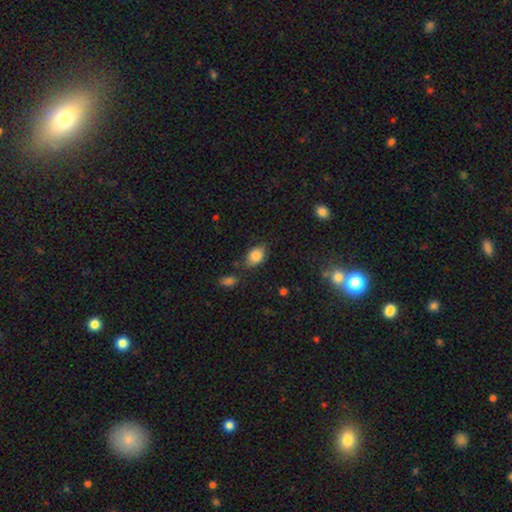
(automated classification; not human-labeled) Smooth or featured?
  - smooth: 84% *
  - star or artifact: 9%
  - featured or disk: 7%
How rounded?
  - in between: 81% *
  - round: 17%
  - cigar-shaped: 2%
Merging?
  - none: 69% *
  - minor disturbance: 21%
  - major disturbance: 5%
  - merger: 5%